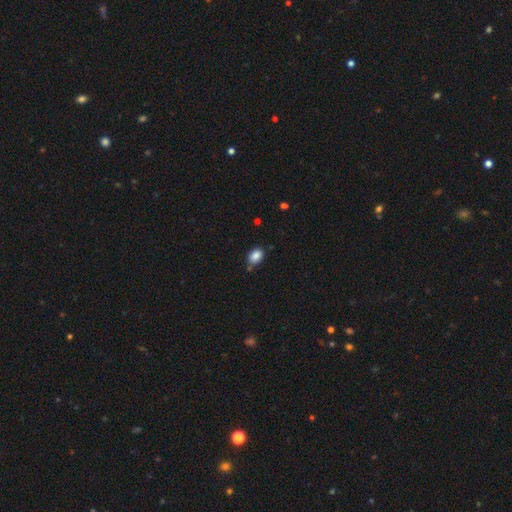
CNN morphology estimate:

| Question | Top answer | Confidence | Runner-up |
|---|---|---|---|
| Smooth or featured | smooth | 86% | star or artifact (9%) |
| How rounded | in between | 71% | round (28%) |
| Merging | none | 75% | minor disturbance (15%) |